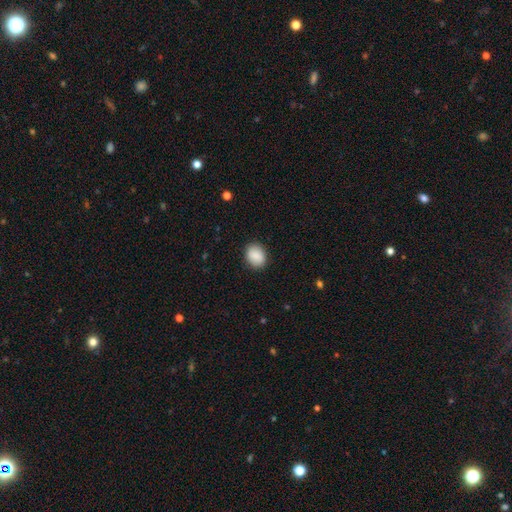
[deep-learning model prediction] Morphology: type=smooth (88%); roundness=in between (51%); merging=none (87%).